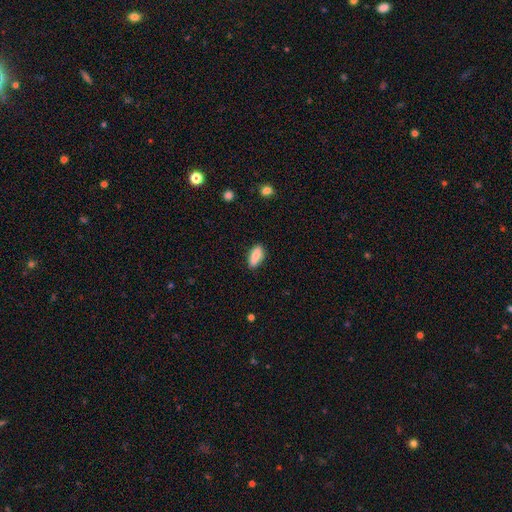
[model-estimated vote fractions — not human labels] Overall: smooth (82%). How rounded: in between (85%). Merging: none (75%).